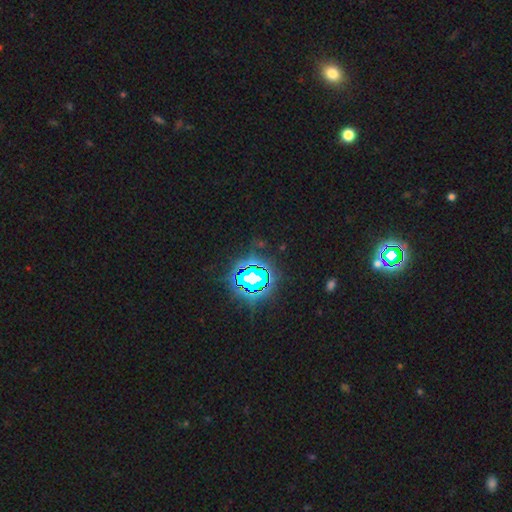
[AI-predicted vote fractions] Smooth or featured? Predicted: star or artifact (p=0.82).